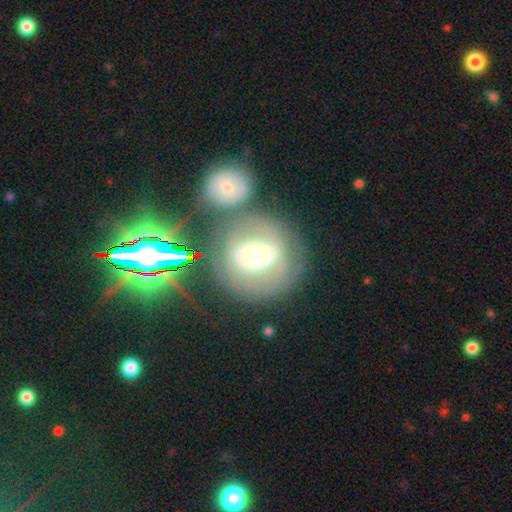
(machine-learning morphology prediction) featured or disk 47%, smooth 41%, star or artifact 12%. Down the decision tree: merging — none (62%).